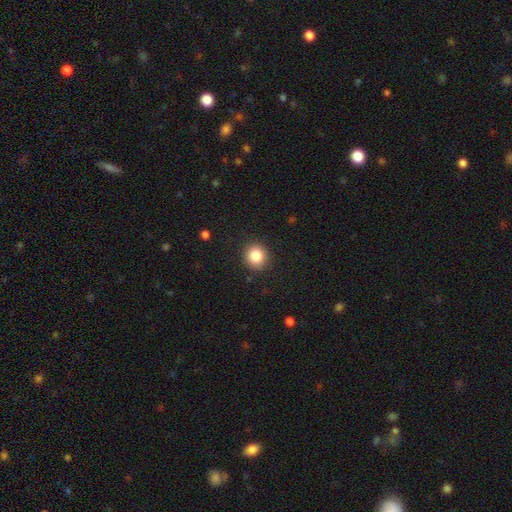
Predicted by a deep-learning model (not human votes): Smooth or featured: smooth — 84% (star or artifact — 10%)
How rounded: round — 88% (in between — 11%)
Merging: none — 91% (minor disturbance — 6%)